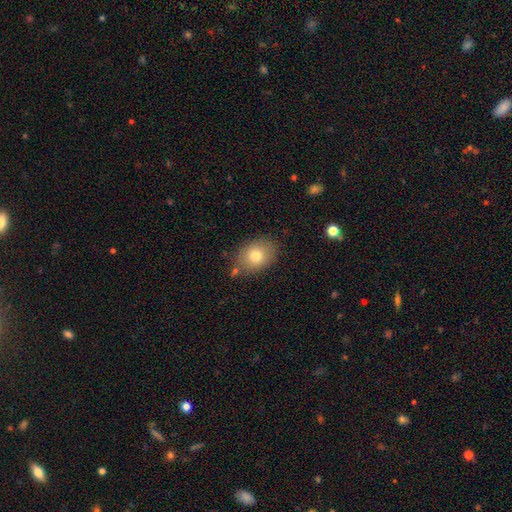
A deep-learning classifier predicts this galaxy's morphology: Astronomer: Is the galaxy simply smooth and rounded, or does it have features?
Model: smooth — 78%.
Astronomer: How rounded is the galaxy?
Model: in between — 68%.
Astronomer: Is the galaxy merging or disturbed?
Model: none — 78%.